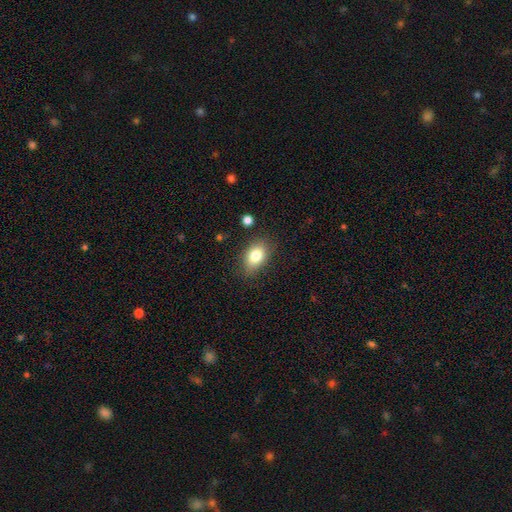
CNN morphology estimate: Q: Smooth or featured?
A: smooth (80%); runner-up: featured or disk (11%)
Q: How rounded?
A: in between (83%); runner-up: round (15%)
Q: Merging?
A: none (81%); runner-up: minor disturbance (14%)